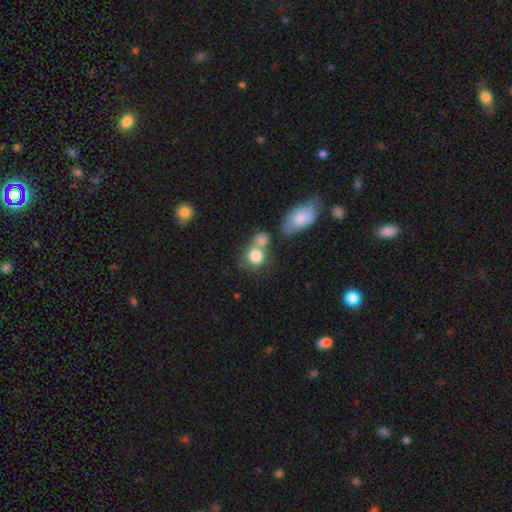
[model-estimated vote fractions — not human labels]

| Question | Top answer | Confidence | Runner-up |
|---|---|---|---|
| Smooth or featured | smooth | 80% | featured or disk (10%) |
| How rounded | round | 72% | in between (27%) |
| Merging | none | 42% | merger (41%) |